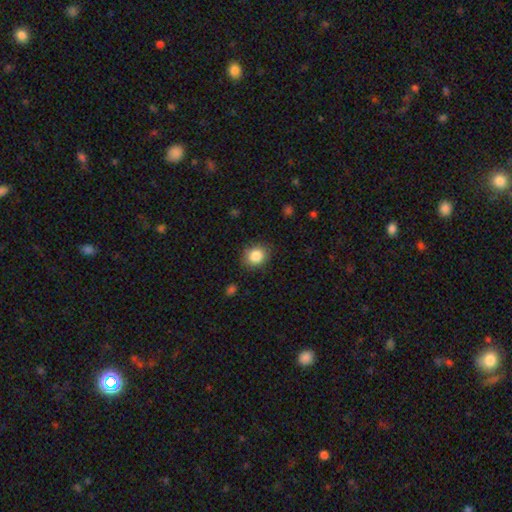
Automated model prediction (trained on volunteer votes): Smooth or featured? Predicted: smooth (p=0.86). How rounded? Predicted: round (p=0.62). Merging? Predicted: none (p=0.85).